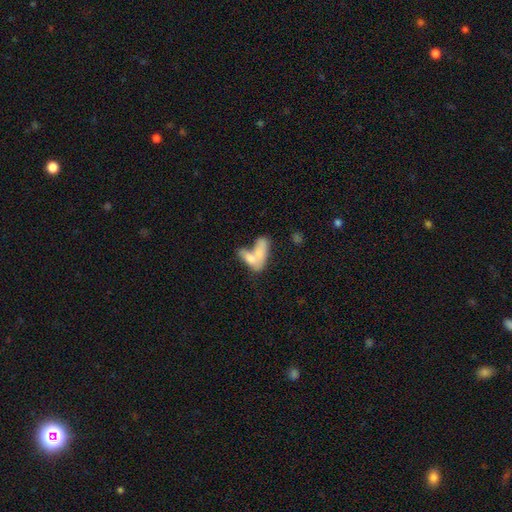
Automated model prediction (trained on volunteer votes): This appears to be a smooth galaxy with no disk features (70%) that is in between round and cigar-shaped (78%). Merging: merger (67%).